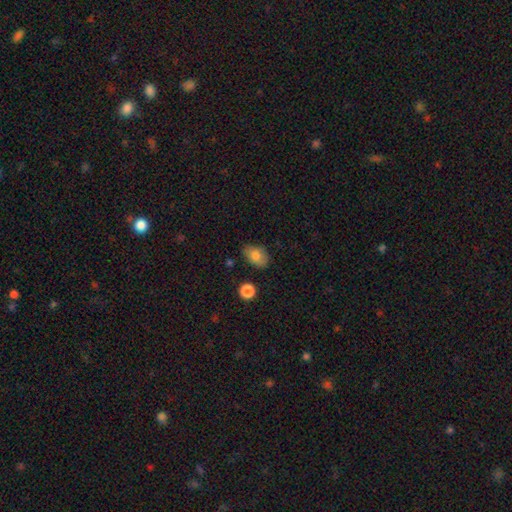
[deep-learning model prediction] Smooth or featured? Predicted: smooth (p=0.81). How rounded? Predicted: in between (p=0.83). Merging? Predicted: none (p=0.72).